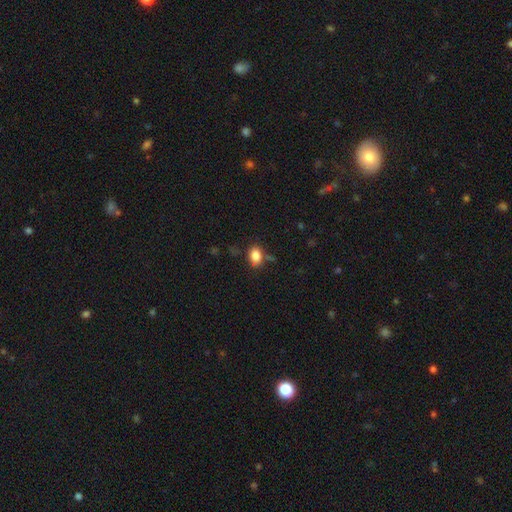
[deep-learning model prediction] Smooth or featured? Predicted: smooth (p=0.84). How rounded? Predicted: in between (p=0.73). Merging? Predicted: none (p=0.72).